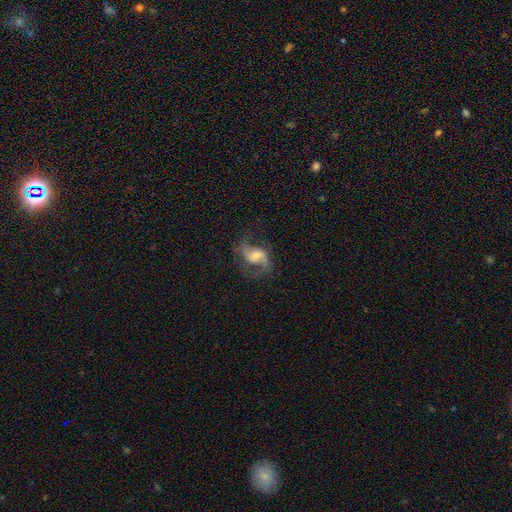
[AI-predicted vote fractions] Overall: featured or disk (75%). Edge-on disk: no (97%). Bar: weak (48%; no 35%). Spiral arms: yes (91%). Spiral arm count: 2 (82%). Spiral winding: loose (56%; medium 36%). Bulge size: moderate (48%; small 31%). Merging: none (59%; major disturbance 20%).